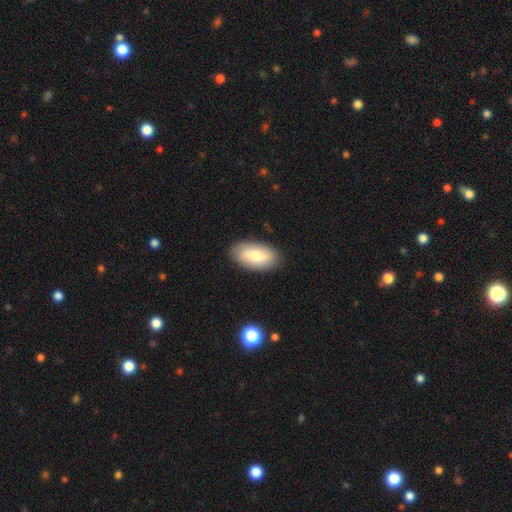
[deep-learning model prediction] This appears to be a smooth galaxy with no disk features (59%) that is in between round and cigar-shaped (92%). Merging: none (87%).